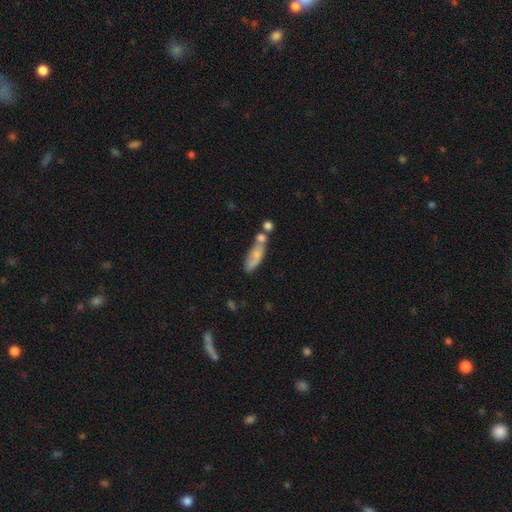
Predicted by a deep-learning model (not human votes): Q: Smooth or featured?
A: smooth (64%); runner-up: featured or disk (28%)
Q: How rounded?
A: in between (56%); runner-up: cigar-shaped (40%)
Q: Merging?
A: merger (37%); runner-up: none (34%)